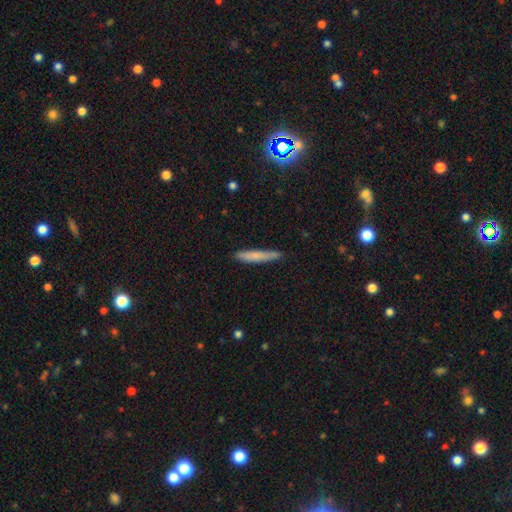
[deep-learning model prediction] Overall: smooth (73%). How rounded: cigar-shaped (94%). Merging: none (83%).